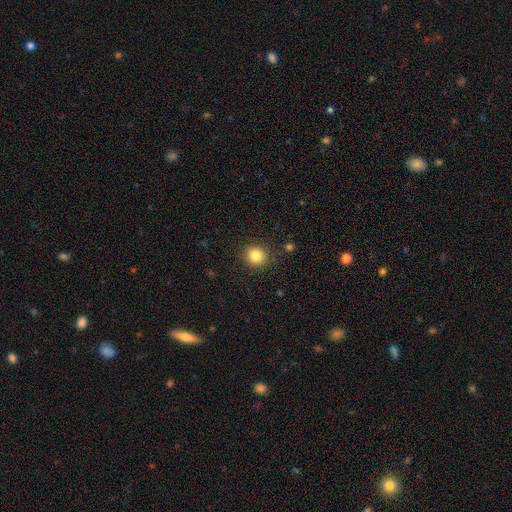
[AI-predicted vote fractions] smooth-or-featured: smooth: 84% | star or artifact: 11% | featured or disk: 5%
  how-rounded: round: 88% | in between: 11% | cigar-shaped: 1%
  merging: none: 89% | minor disturbance: 7% | major disturbance: 2% | merger: 1%